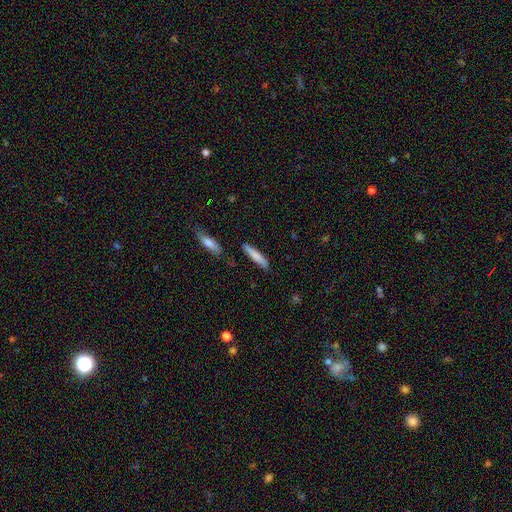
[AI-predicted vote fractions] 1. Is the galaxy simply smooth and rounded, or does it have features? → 79% smooth, 16% featured or disk, 6% star or artifact.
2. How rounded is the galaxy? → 88% cigar-shaped, 11% in between, 1% round.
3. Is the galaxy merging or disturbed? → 85% none, 10% minor disturbance, 4% merger, 2% major disturbance.